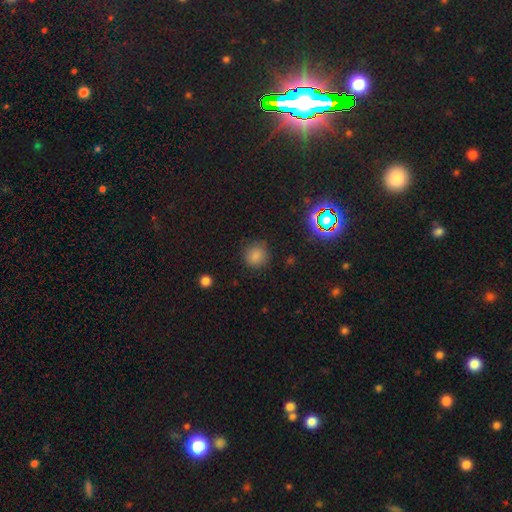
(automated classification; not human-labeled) A smooth galaxy with no disk features (79%) that is round (92%). Merging: none (86%).